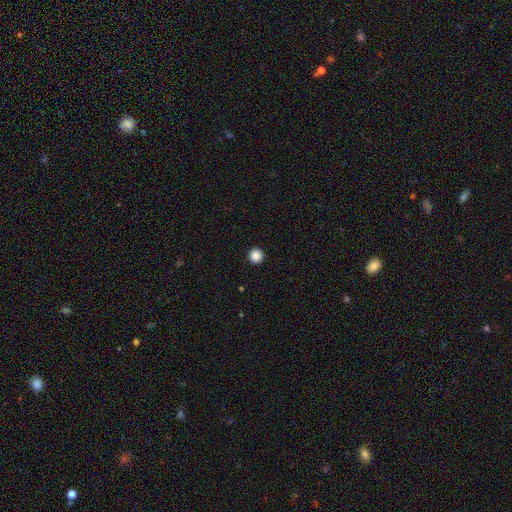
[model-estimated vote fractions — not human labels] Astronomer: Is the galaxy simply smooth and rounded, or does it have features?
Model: smooth — 87%.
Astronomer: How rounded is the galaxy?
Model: round — 97%.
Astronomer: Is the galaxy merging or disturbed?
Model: none — 94%.